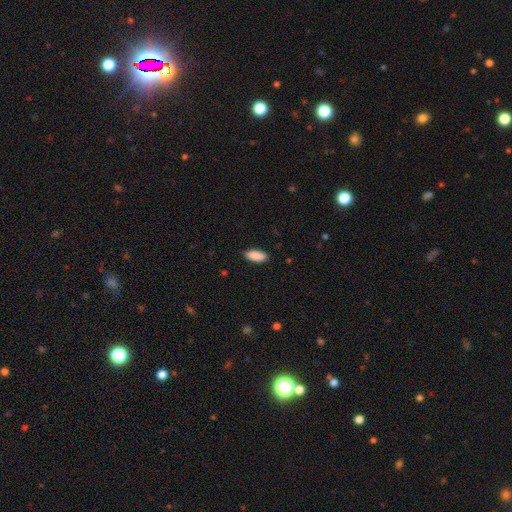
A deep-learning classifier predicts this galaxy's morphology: smooth-or-featured: smooth: 90% | star or artifact: 6% | featured or disk: 4%
  how-rounded: in between: 80% | cigar-shaped: 18% | round: 2%
  merging: none: 89% | minor disturbance: 8% | major disturbance: 2% | merger: 1%